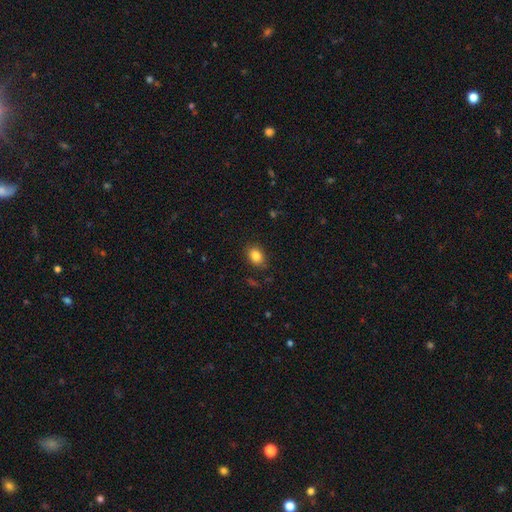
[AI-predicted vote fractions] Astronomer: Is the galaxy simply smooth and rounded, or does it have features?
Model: smooth — 84%.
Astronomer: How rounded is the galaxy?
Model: in between — 71%.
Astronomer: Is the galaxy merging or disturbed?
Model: none — 86%.